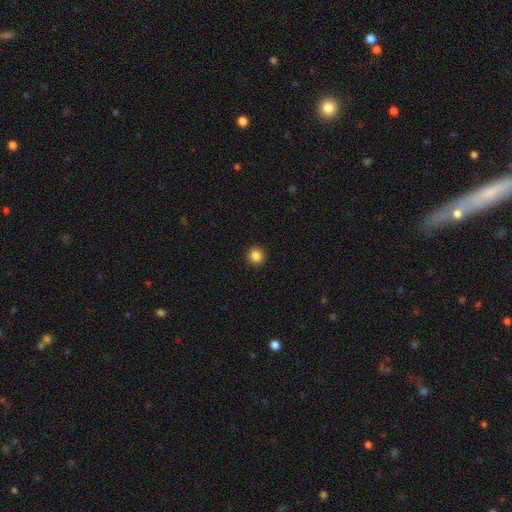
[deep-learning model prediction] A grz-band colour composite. It shows a smooth galaxy with no disk features (86%) that is round (89%). Merging: none (93%).